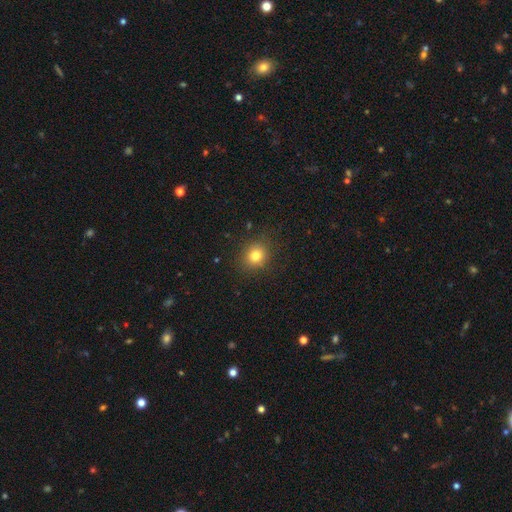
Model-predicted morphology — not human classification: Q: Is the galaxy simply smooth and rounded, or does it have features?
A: smooth — 78%.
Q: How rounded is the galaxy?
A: round — 80%.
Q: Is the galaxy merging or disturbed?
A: none — 86%.